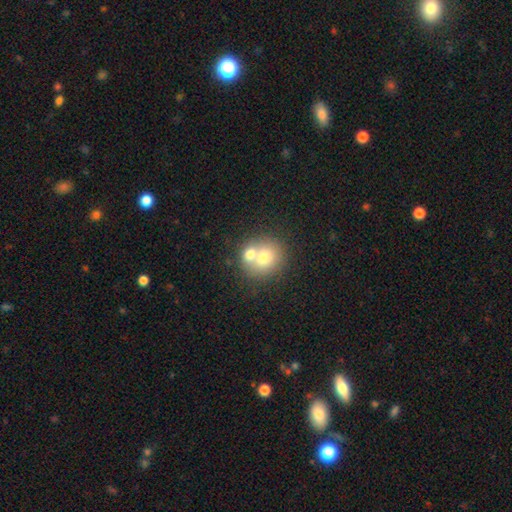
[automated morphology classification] Smooth or featured? Predicted: smooth (p=0.68). How rounded? Predicted: round (p=0.79). Merging? Predicted: merger (p=0.54).